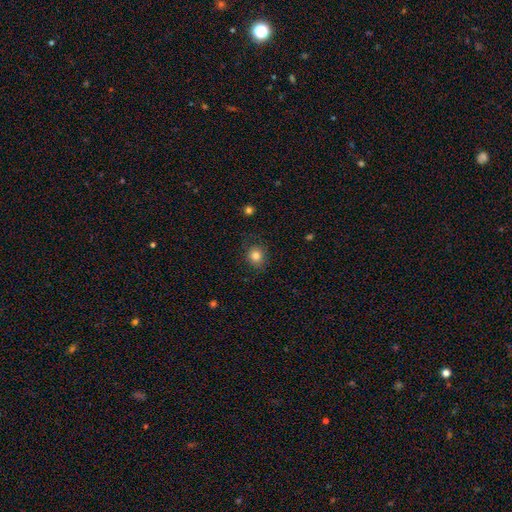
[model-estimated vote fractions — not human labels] This is clearly a smooth galaxy (84%). How rounded: likely round (78%). Merging: clearly none (81%).